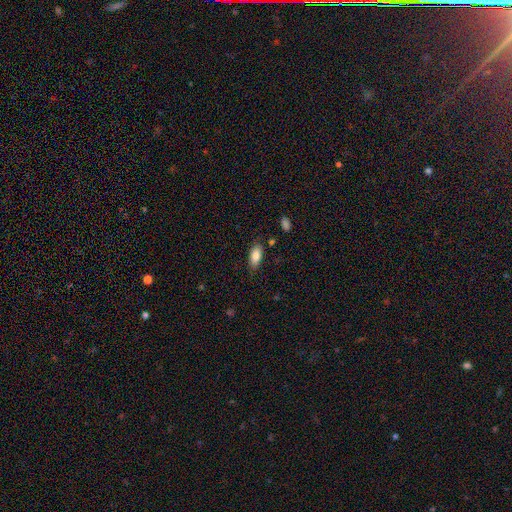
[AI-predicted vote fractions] smooth_or_featured: smooth (p=0.84) [alt: featured or disk p=0.09]
how_rounded: in between (p=0.87) [alt: cigar-shaped p=0.11]
merging: none (p=0.81) [alt: minor disturbance p=0.14]